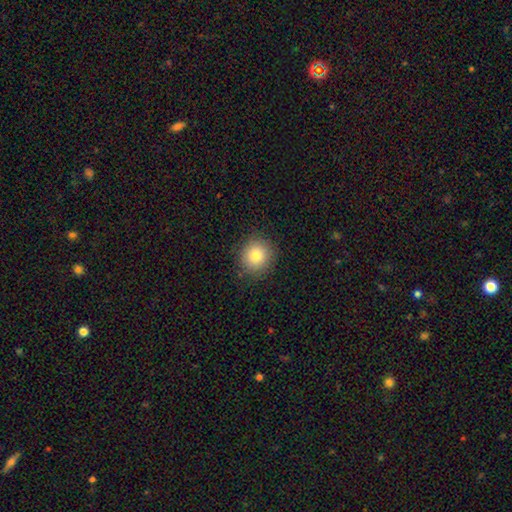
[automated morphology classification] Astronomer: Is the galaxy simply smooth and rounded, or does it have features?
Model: smooth — 80%.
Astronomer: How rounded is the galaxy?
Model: round — 89%.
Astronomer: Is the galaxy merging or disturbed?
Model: none — 87%.